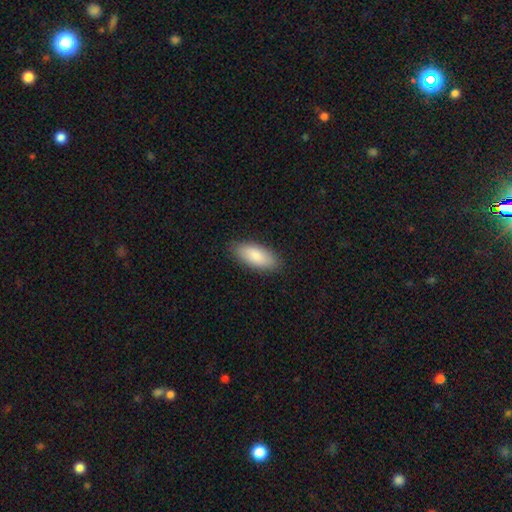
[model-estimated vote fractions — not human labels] Morphology: type=smooth (85%); roundness=in between (86%); merging=none (87%).